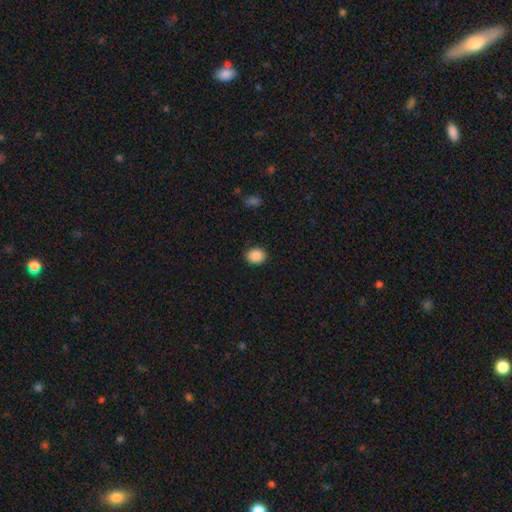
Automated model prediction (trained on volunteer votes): Smooth or featured: smooth — 89% (star or artifact — 8%)
How rounded: round — 57% (in between — 42%)
Merging: none — 89% (minor disturbance — 8%)